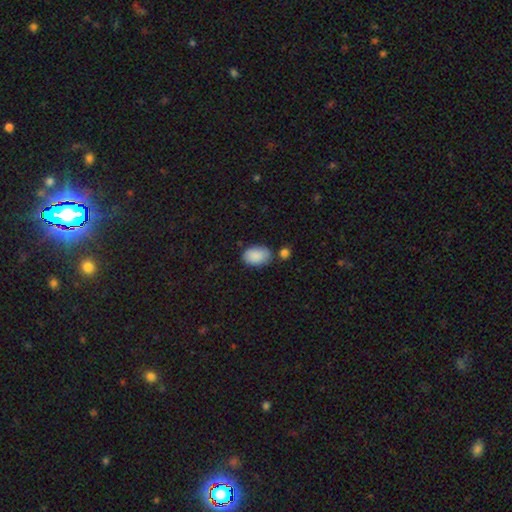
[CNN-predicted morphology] type=smooth (89%); roundness=in between (89%); merging=none (70%).